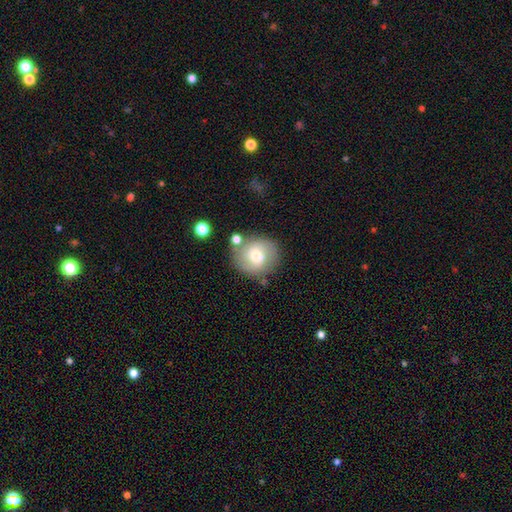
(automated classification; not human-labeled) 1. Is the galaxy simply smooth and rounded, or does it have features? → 59% smooth, 32% featured or disk, 9% star or artifact.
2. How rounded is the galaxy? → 84% round, 15% in between, 1% cigar-shaped.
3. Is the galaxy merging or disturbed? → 69% none, 15% minor disturbance, 11% merger, 5% major disturbance.